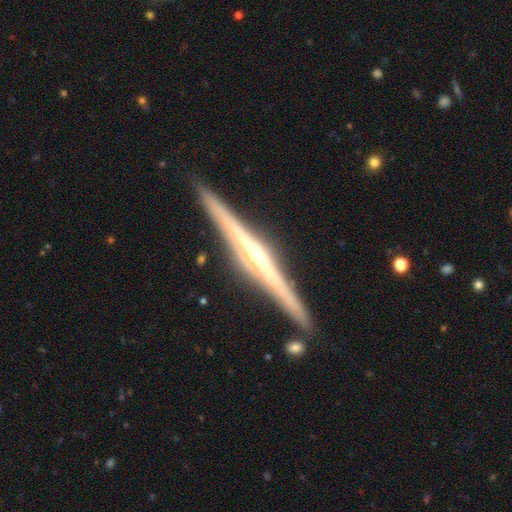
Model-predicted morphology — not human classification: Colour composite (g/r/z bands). It shows a featured or disk galaxy (86%) viewed edge-on (98%) with a rounded central bulge (78%). Merging: none (90%).